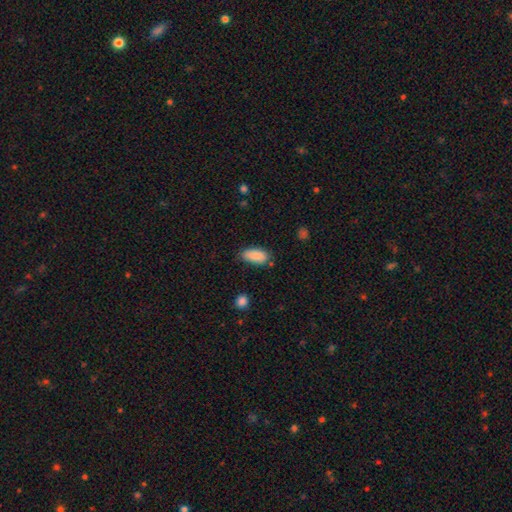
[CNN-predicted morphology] Q: Smooth or featured?
A: smooth (87%); runner-up: star or artifact (7%)
Q: How rounded?
A: in between (92%); runner-up: cigar-shaped (5%)
Q: Merging?
A: none (75%); runner-up: minor disturbance (19%)